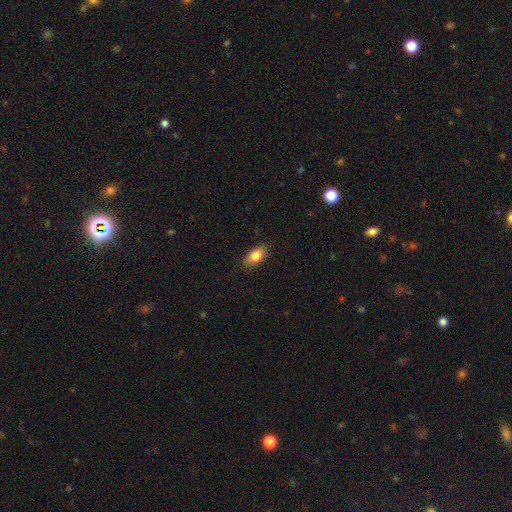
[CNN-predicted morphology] Smooth or featured? Predicted: smooth (p=0.82). How rounded? Predicted: in between (p=0.89). Merging? Predicted: none (p=0.87).